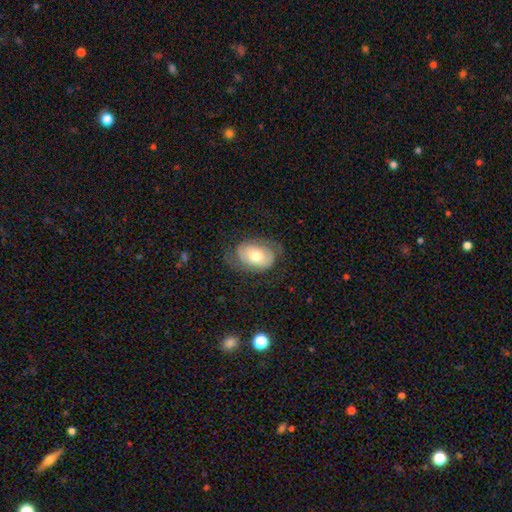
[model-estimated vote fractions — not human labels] smooth_or_featured: smooth (p=0.47) [alt: featured or disk p=0.45]
merging: none (p=0.64) [alt: minor disturbance p=0.21]